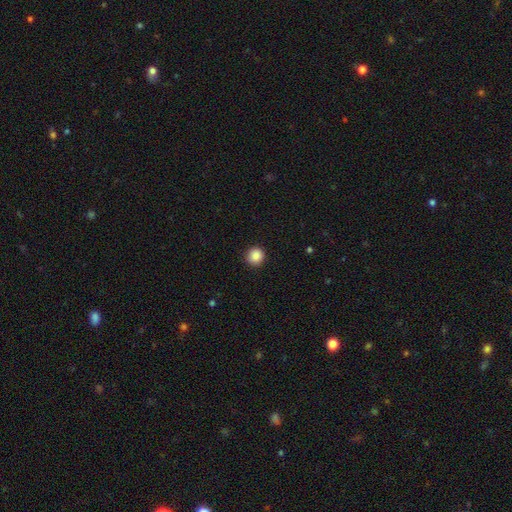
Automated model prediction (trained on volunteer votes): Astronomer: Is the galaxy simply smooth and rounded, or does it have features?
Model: smooth — 88%.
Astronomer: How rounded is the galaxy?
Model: round — 94%.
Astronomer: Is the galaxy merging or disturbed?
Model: none — 91%.